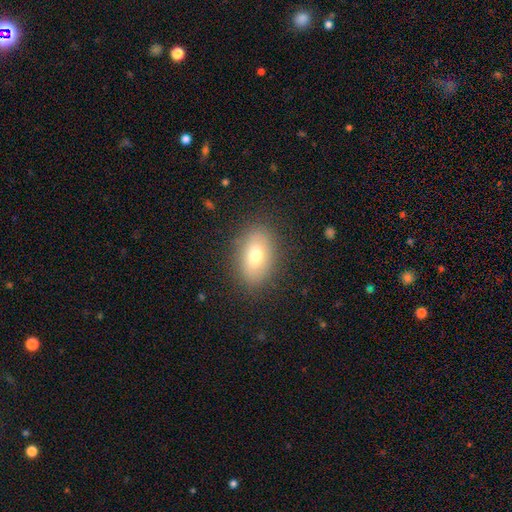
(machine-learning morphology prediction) A smooth galaxy with no disk features (72%) that is in between round and cigar-shaped (87%).

Vote fractions:
- Smooth or featured? smooth: 72% / featured or disk: 19% / star or artifact: 9%
- How rounded? in between: 87% / round: 11% / cigar-shaped: 2%
- Merging? none: 85% / minor disturbance: 10% / major disturbance: 3% / merger: 1%